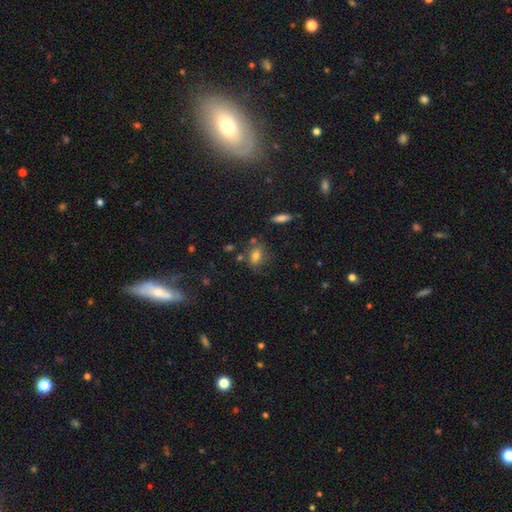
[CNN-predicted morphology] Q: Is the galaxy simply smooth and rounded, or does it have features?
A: smooth — 71%.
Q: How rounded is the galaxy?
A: in between — 69%.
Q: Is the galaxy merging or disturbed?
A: none — 63%.